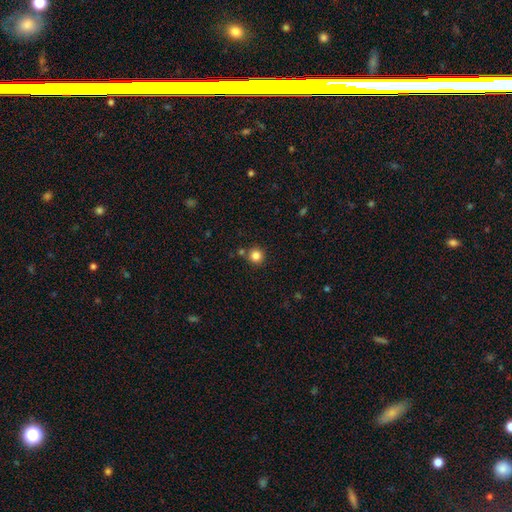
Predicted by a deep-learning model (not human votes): This is clearly a smooth galaxy (84%). How rounded: clearly round (95%). Merging: clearly none (83%).